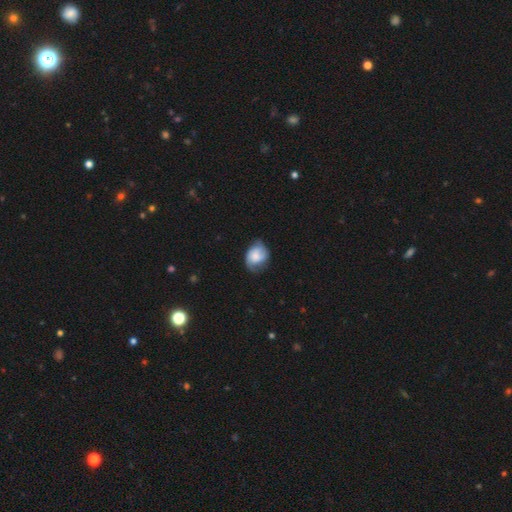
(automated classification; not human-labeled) smooth 53%, featured or disk 39%, star or artifact 8%. Down the decision tree: how rounded — in between (54%); merging — none (54%).